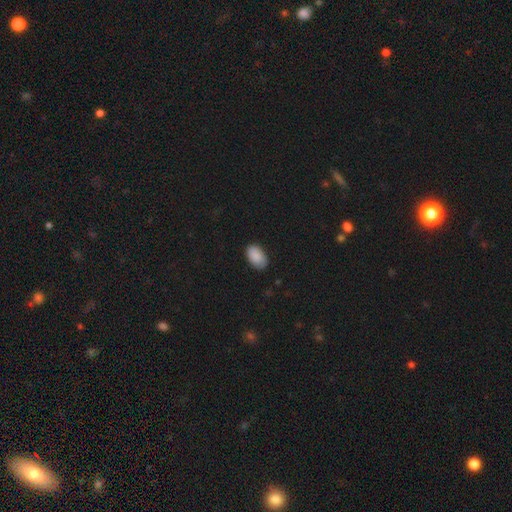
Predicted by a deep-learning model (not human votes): This is clearly a smooth galaxy (88%). How rounded: clearly in between (93%). Merging: clearly none (81%).